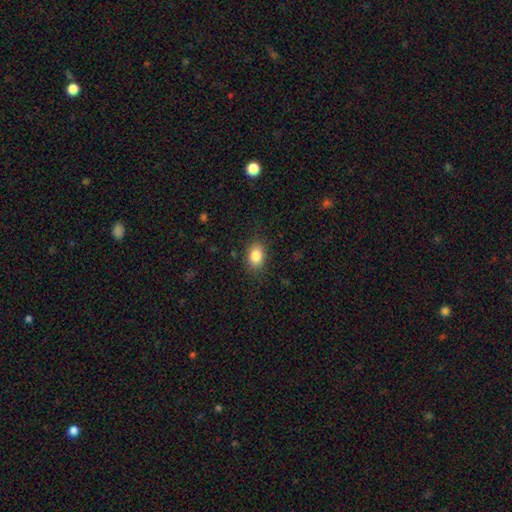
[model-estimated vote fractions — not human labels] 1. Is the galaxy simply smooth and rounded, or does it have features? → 84% smooth, 9% star or artifact, 7% featured or disk.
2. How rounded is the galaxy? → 77% in between, 22% round, 1% cigar-shaped.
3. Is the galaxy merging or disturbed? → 85% none, 11% minor disturbance, 3% major disturbance, 1% merger.